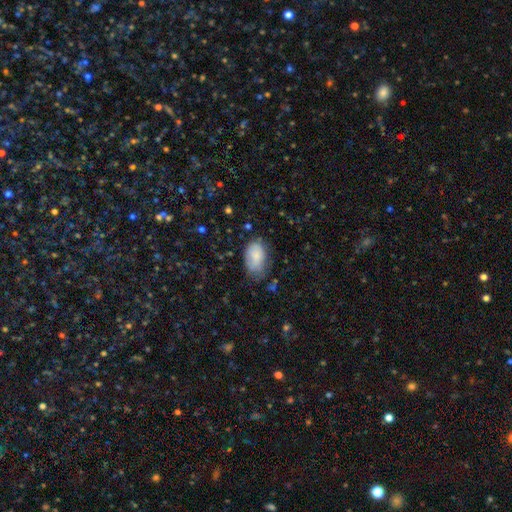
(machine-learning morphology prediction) This is clearly a smooth galaxy (82%). How rounded: clearly in between (91%). Merging: possibly none (53%).